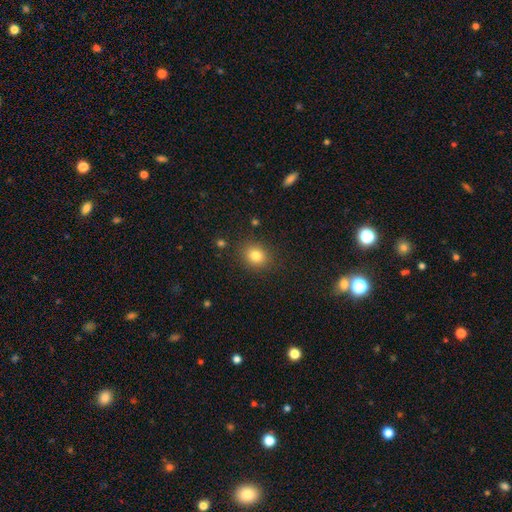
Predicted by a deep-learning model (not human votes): Overall: smooth (81%). How rounded: round (68%; in between 31%). Merging: none (86%).